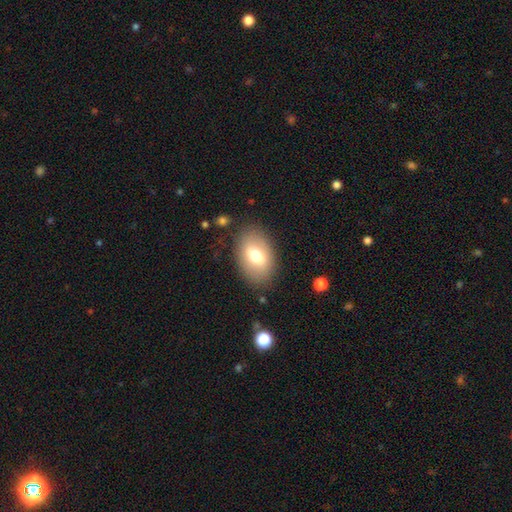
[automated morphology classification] A smooth galaxy with no disk features (67%) that is in between round and cigar-shaped (85%).

Vote fractions:
- Smooth or featured? smooth: 67% / featured or disk: 25% / star or artifact: 8%
- How rounded? in between: 85% / round: 14% / cigar-shaped: 1%
- Merging? none: 82% / minor disturbance: 12% / major disturbance: 5% / merger: 2%